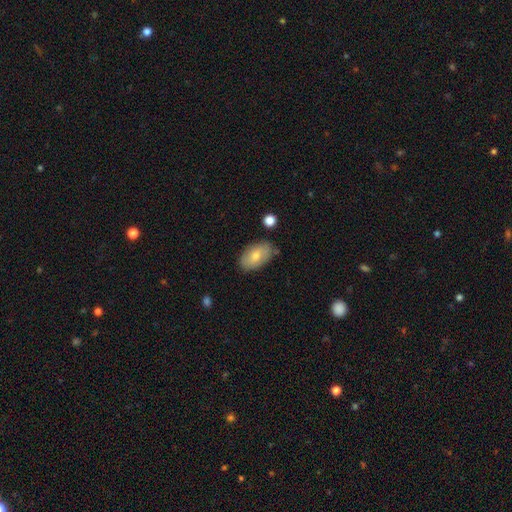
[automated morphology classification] smooth 69%, featured or disk 23%, star or artifact 8%. Down the decision tree: how rounded — in between (92%); merging — none (80%).